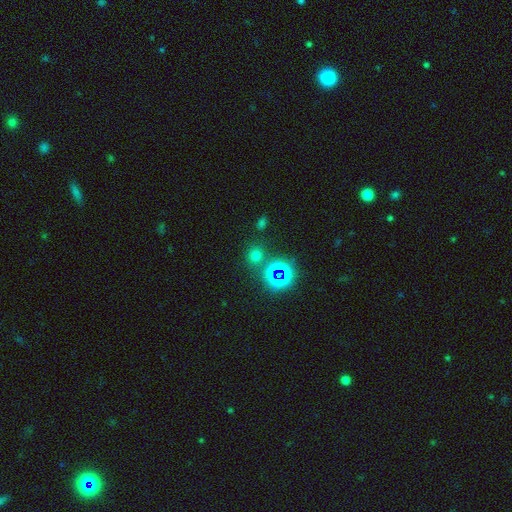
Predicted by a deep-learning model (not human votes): Smooth or featured? smooth (60%)
How rounded? round (83%)
Merging? none (78%)